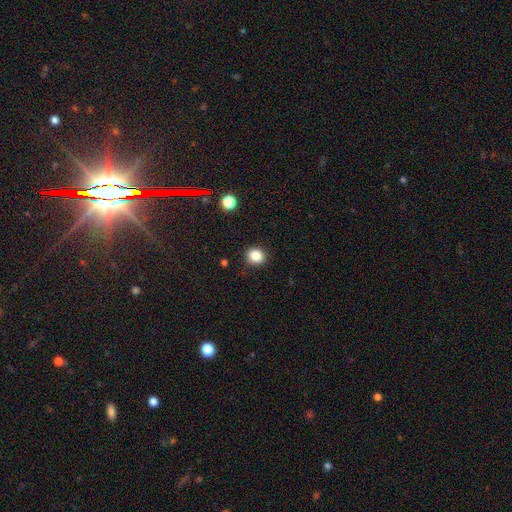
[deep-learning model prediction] Smooth or featured? Predicted: smooth (p=0.85). How rounded? Predicted: round (p=0.81). Merging? Predicted: none (p=0.90).